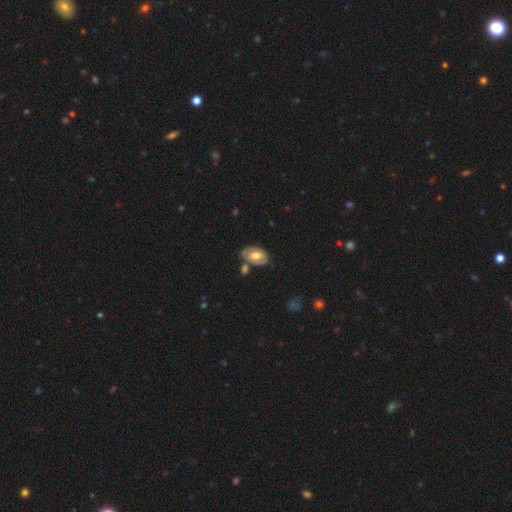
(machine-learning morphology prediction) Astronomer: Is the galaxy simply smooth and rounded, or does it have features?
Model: featured or disk — 49% (runner-up: smooth, 44%).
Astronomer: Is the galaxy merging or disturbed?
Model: none — 62%.